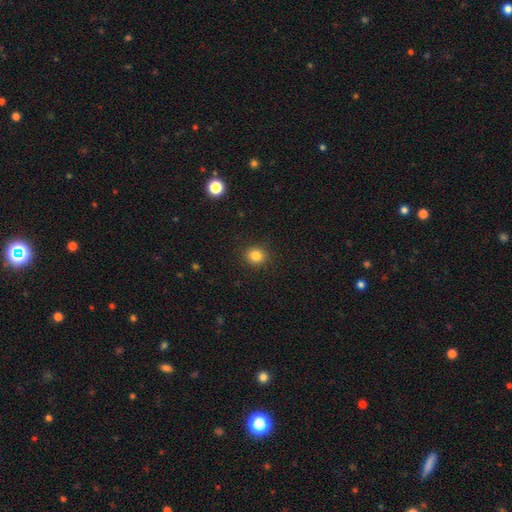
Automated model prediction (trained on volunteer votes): Q: Smooth or featured?
A: smooth (84%); runner-up: star or artifact (11%)
Q: How rounded?
A: round (83%); runner-up: in between (16%)
Q: Merging?
A: none (90%); runner-up: minor disturbance (6%)